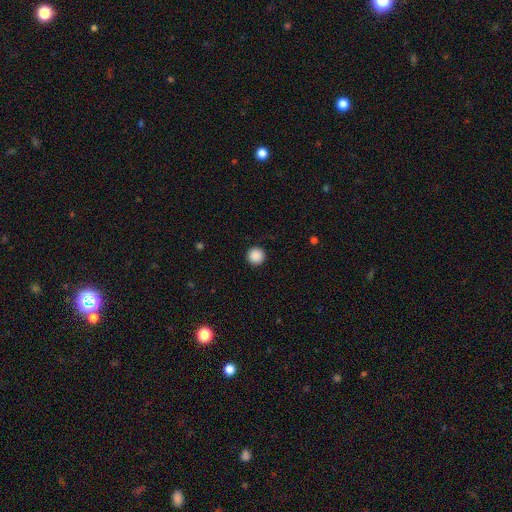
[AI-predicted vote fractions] Smooth or featured? smooth (88%)
How rounded? round (97%)
Merging? none (92%)